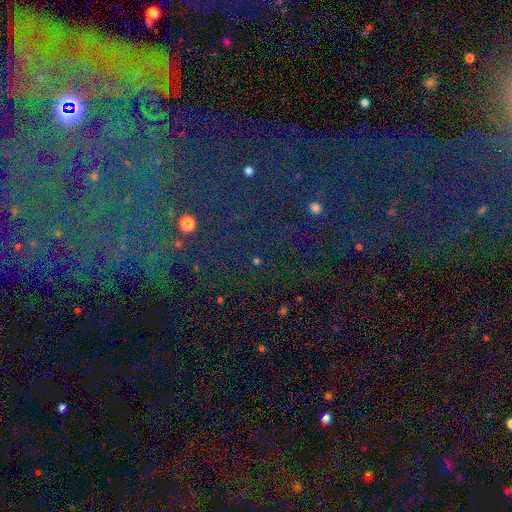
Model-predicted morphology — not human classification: A star or artifact, not a galaxy (75%).

Vote fractions:
- Smooth or featured? star or artifact: 75% / featured or disk: 13% / smooth: 13%